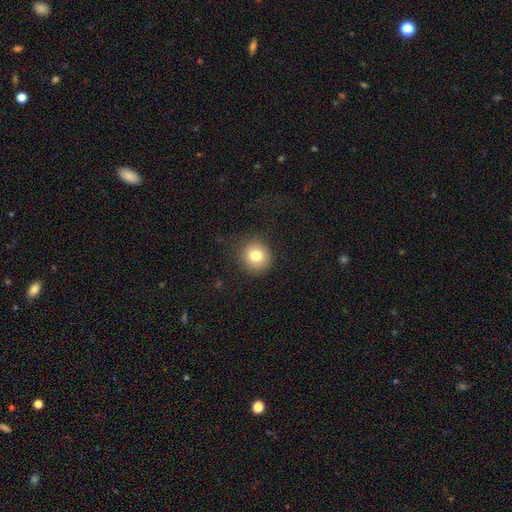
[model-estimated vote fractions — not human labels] This is likely a smooth galaxy (80%). How rounded: clearly round (88%). Merging: clearly none (85%).